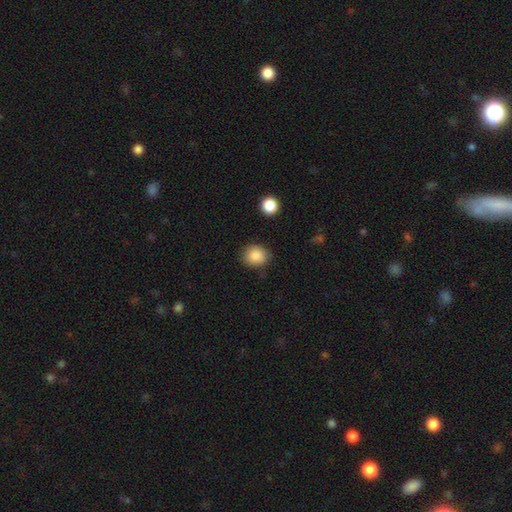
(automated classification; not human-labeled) Smooth or featured: smooth — 87% (star or artifact — 9%)
How rounded: round — 69% (in between — 30%)
Merging: none — 84% (minor disturbance — 12%)